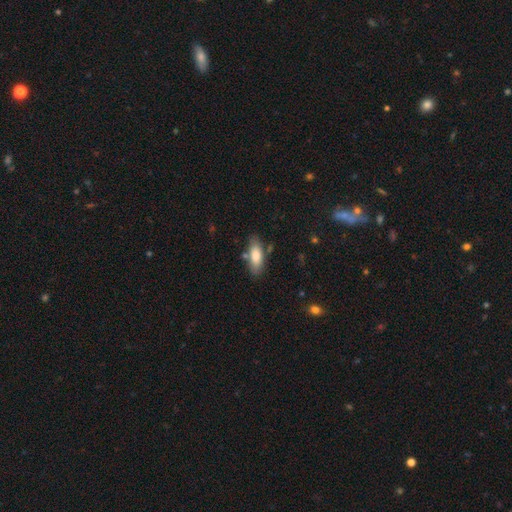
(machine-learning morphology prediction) smooth 79%, featured or disk 15%, star or artifact 6%. Down the decision tree: how rounded — in between (74%); merging — none (75%).